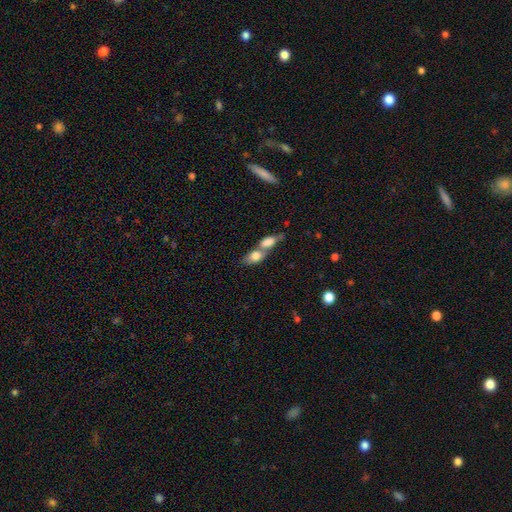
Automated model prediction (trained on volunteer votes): A smooth galaxy with no disk features (77%) that is in between round and cigar-shaped (79%). Merging: merger (70%).